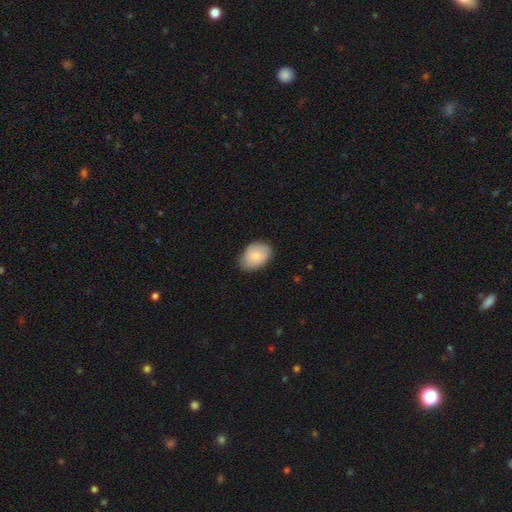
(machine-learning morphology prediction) Smooth or featured? Predicted: smooth (p=0.74). How rounded? Predicted: in between (p=0.78). Merging? Predicted: none (p=0.78).